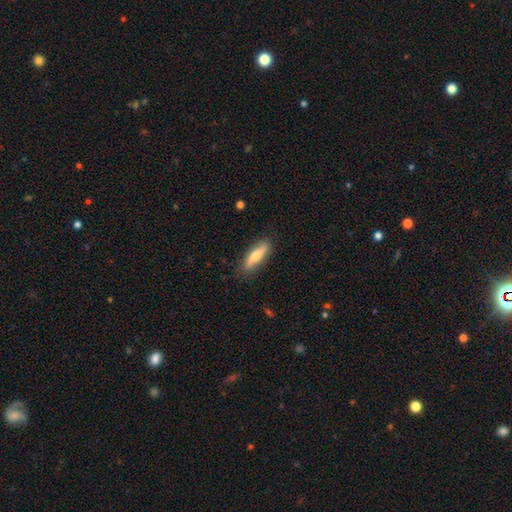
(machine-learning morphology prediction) This is possibly a smooth galaxy (59%). How rounded: likely cigar-shaped (63%). Merging: clearly none (84%).